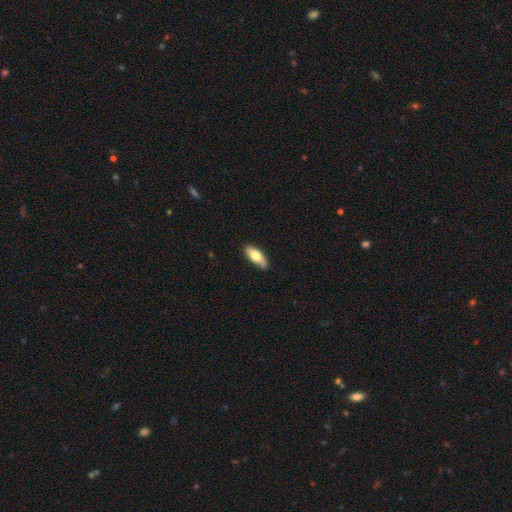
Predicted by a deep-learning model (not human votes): This appears to be a smooth galaxy with no disk features (69%) that is in between round and cigar-shaped (73%). Merging: none (85%).